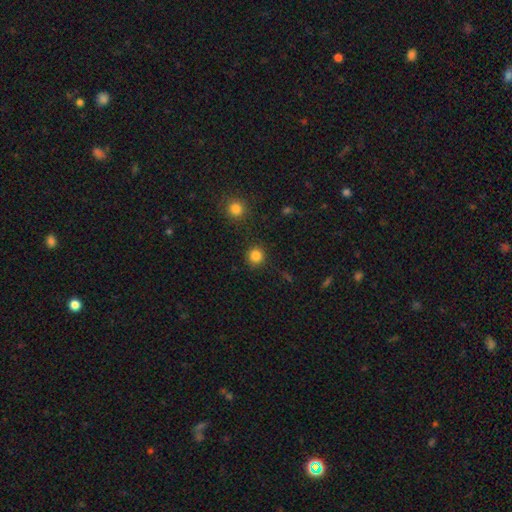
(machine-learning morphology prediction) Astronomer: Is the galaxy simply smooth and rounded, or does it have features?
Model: smooth — 84%.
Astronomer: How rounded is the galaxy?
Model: round — 93%.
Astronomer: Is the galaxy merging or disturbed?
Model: none — 89%.